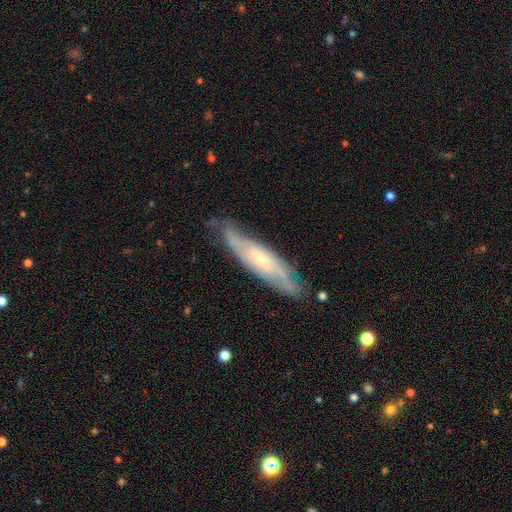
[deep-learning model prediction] A featured or disk galaxy (66%). Merging: none (77%).